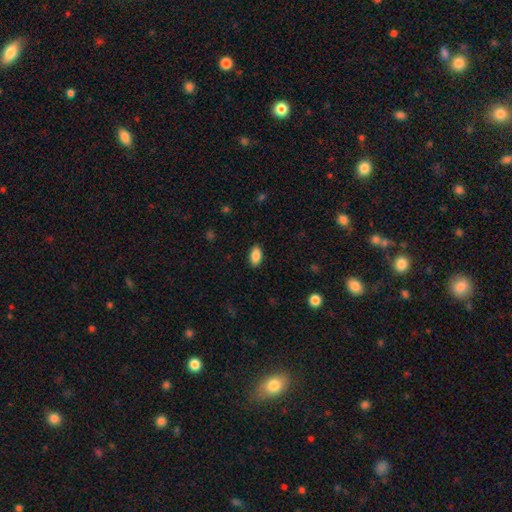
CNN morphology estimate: type=smooth (88%); roundness=in between (92%); merging=none (88%).